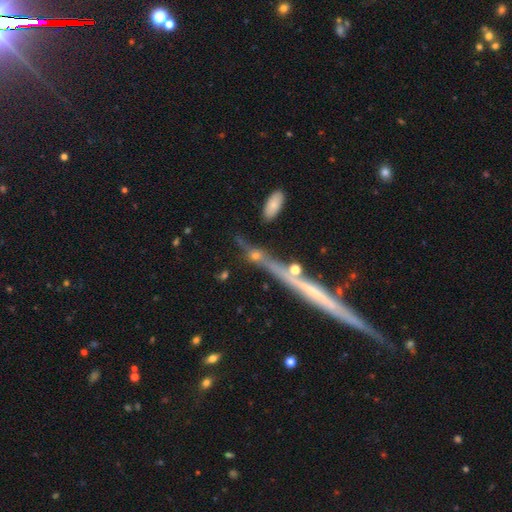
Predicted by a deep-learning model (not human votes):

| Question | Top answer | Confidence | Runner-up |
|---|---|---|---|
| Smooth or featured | featured or disk | 45% | smooth (36%) |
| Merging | none | 61% | minor disturbance (16%) |